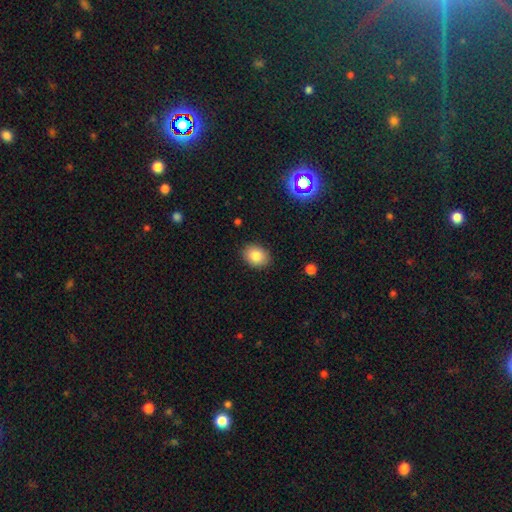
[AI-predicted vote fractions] This is clearly a smooth galaxy (83%). How rounded: possibly in between (60%). Merging: clearly none (88%).